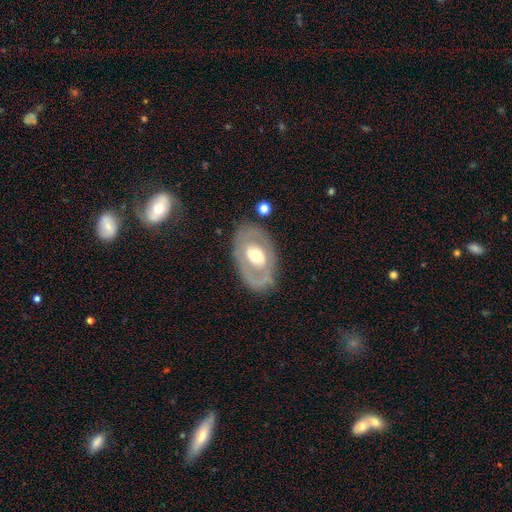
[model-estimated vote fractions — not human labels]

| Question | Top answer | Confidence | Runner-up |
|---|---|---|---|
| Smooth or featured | featured or disk | 65% | smooth (29%) |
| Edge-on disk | no | 92% | yes (8%) |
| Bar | no | 61% | weak (28%) |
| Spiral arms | no | 65% | yes (35%) |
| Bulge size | moderate | 68% | large (19%) |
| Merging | none | 76% | minor disturbance (15%) |